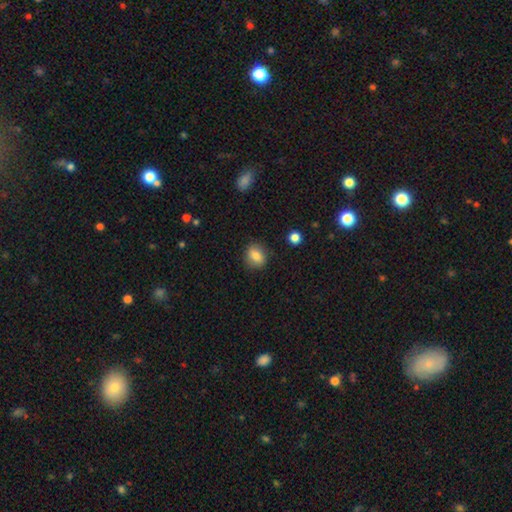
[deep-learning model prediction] Morphology: type=smooth (81%); roundness=round (53%); merging=none (85%).